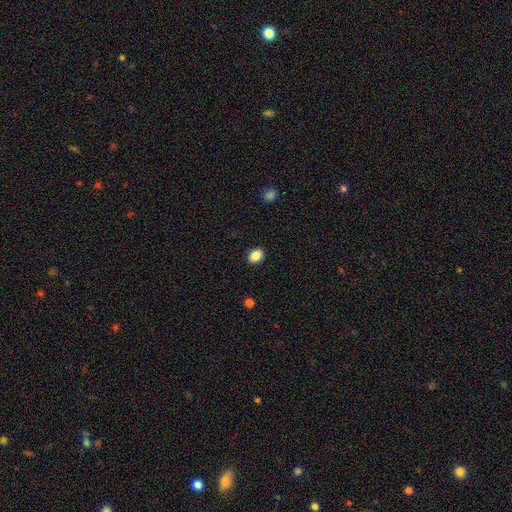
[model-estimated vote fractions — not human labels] smooth 87%, star or artifact 9%, featured or disk 4%. Down the decision tree: how rounded — in between (65%); merging — none (90%).